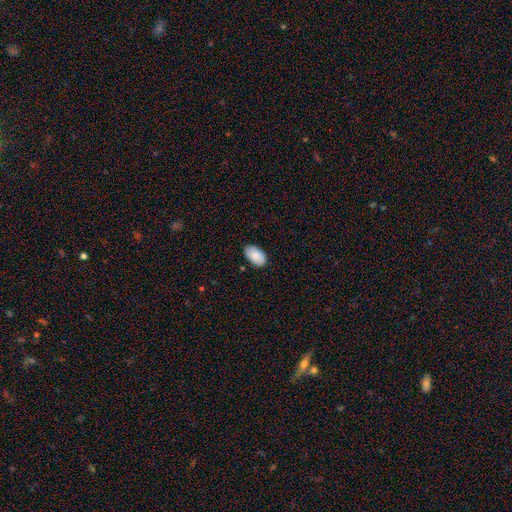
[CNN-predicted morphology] Smooth or featured? Predicted: smooth (p=0.86). How rounded? Predicted: in between (p=0.95). Merging? Predicted: none (p=0.83).